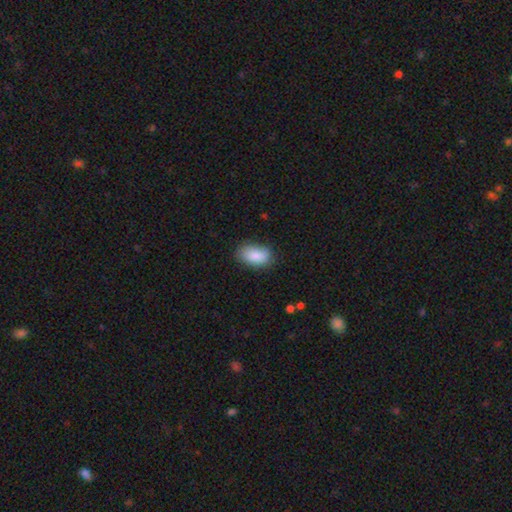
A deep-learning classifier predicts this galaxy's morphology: The model was most divided on "merging": none: 79%, minor disturbance: 16%, major disturbance: 3%, merger: 1%. More confident: how rounded — in between (93%); smooth or featured — smooth (88%).